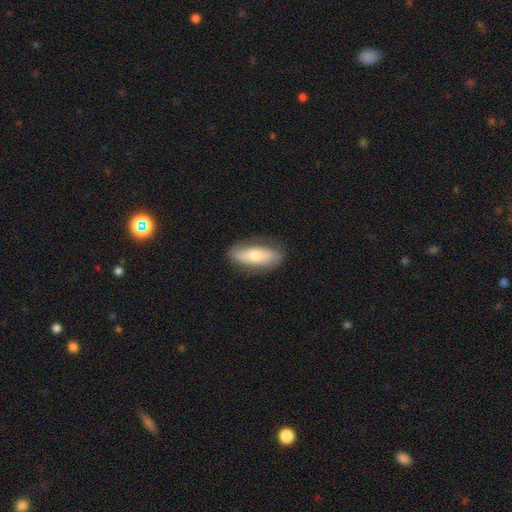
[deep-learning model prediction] A smooth galaxy with no disk features (56%) that is in between round and cigar-shaped (72%).

Vote fractions:
- Smooth or featured? smooth: 56% / featured or disk: 38% / star or artifact: 6%
- How rounded? in between: 72% / cigar-shaped: 25% / round: 3%
- Merging? none: 80% / minor disturbance: 15% / major disturbance: 4% / merger: 1%